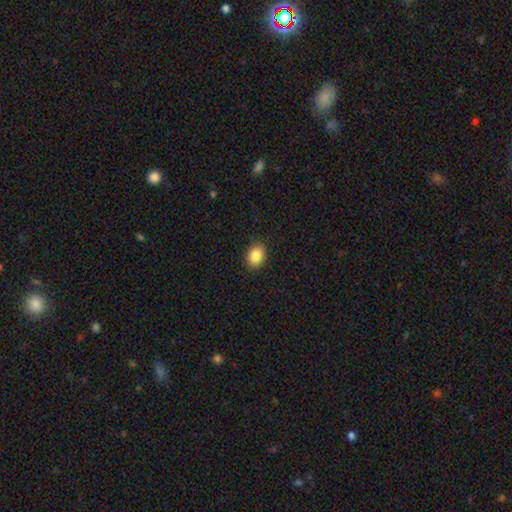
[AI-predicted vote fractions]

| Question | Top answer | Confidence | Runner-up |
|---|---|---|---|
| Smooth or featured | smooth | 87% | star or artifact (8%) |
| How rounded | in between | 73% | round (26%) |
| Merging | none | 90% | minor disturbance (7%) |